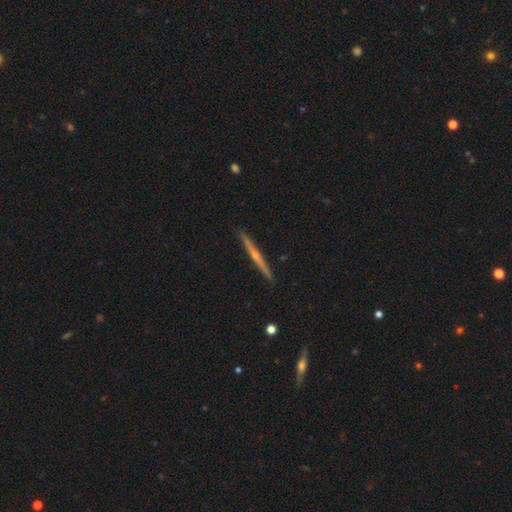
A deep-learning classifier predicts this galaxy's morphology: A featured or disk galaxy (71%) viewed edge-on (98%) with a rounded central bulge (63%). Merging: none (92%).